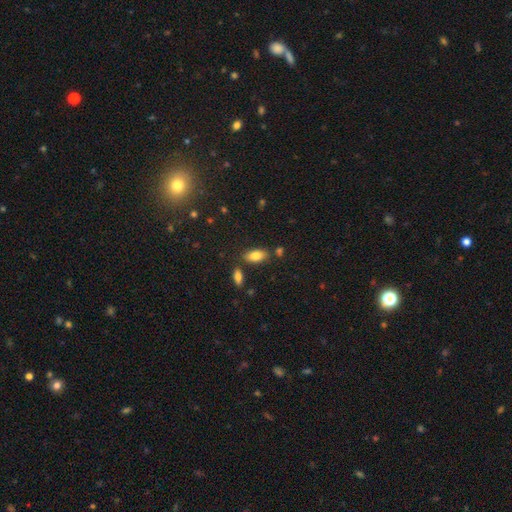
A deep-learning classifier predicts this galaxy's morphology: This appears to be a smooth galaxy with no disk features (81%) that is in between round and cigar-shaped (89%). Merging: none (79%).